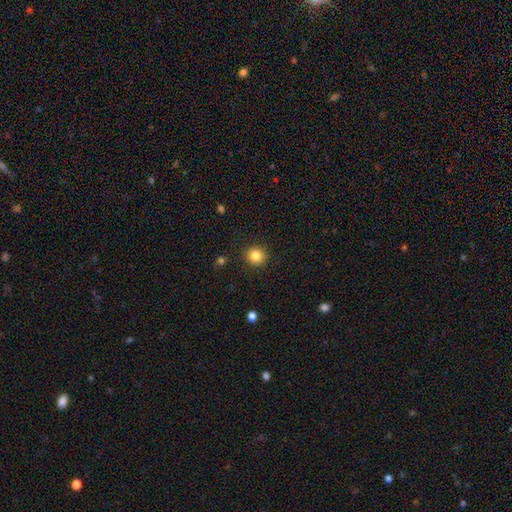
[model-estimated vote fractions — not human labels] This is clearly a smooth galaxy (84%). How rounded: clearly round (91%). Merging: clearly none (91%).